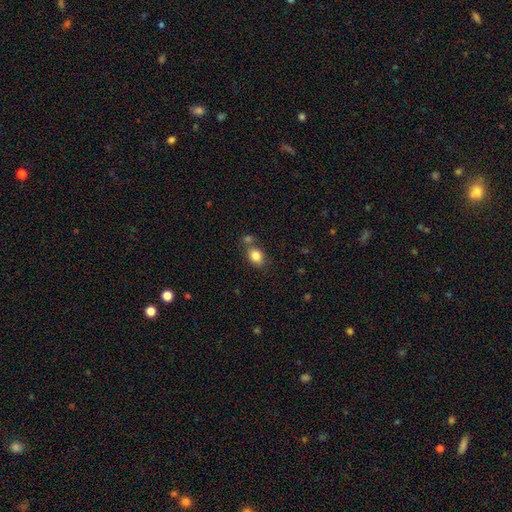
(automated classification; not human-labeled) Overall: smooth (84%). How rounded: in between (62%; round 37%). Merging: none (62%).